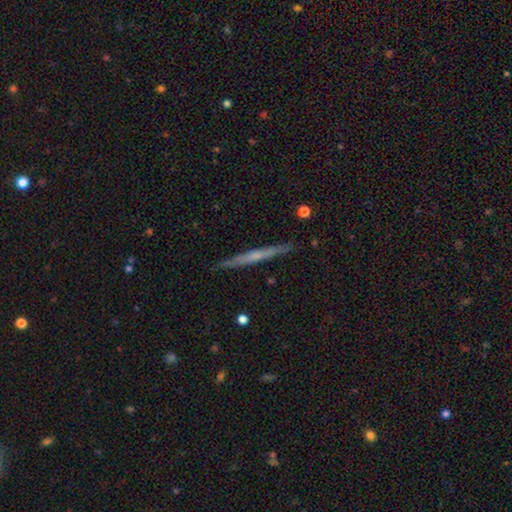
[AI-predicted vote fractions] Overall: featured or disk (61%; smooth 33%). Edge-on disk: yes (97%). Edge-on bulge: none (61%; rounded 31%). Merging: none (90%).